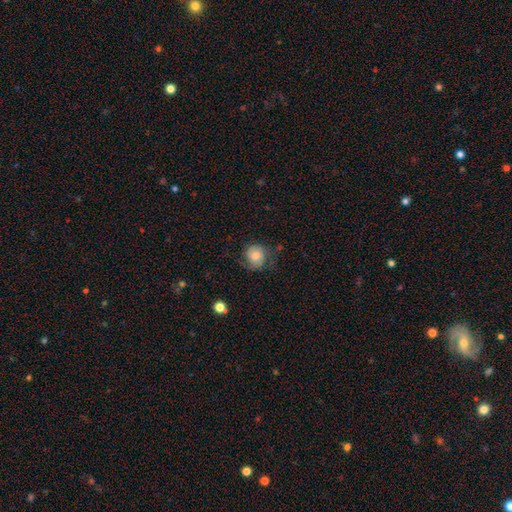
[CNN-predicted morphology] Overall: smooth (61%; featured or disk 31%). How rounded: round (83%). Merging: none (61%; minor disturbance 25%).